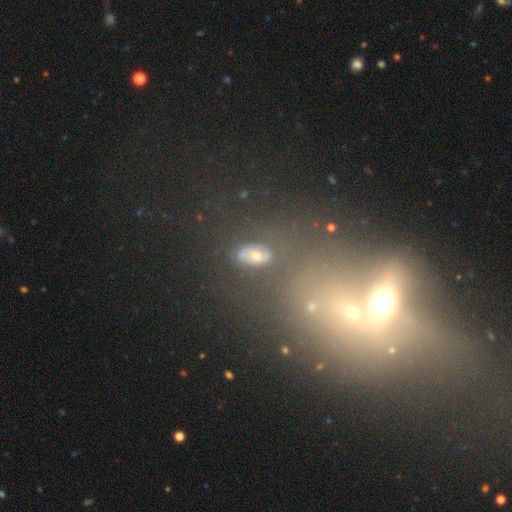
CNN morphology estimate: This is marginally a smooth galaxy (43%). Merging: marginally none (45%).